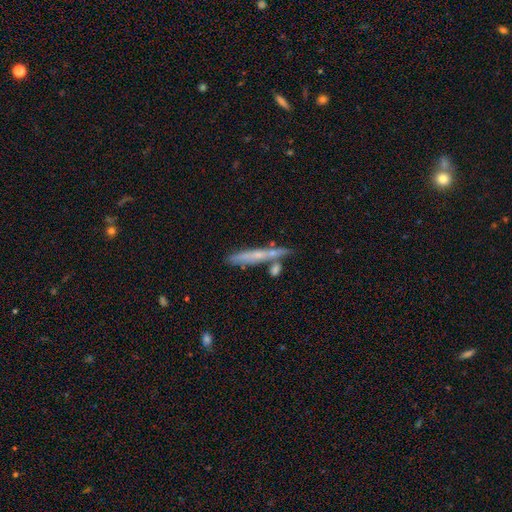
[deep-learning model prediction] smooth-or-featured: smooth: 49% | featured or disk: 44% | star or artifact: 8%
  merging: none: 66% | minor disturbance: 15% | merger: 14% | major disturbance: 4%